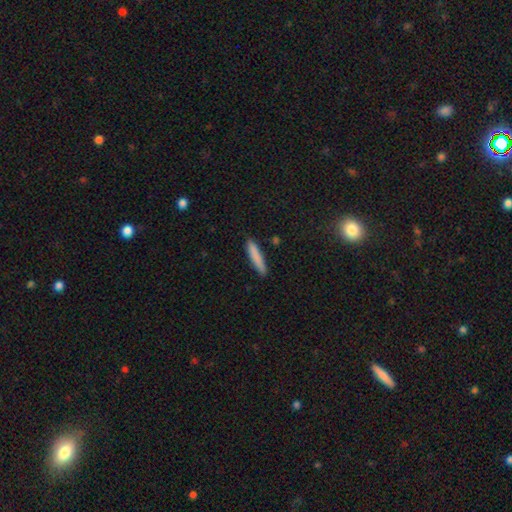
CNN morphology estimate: The model was most divided on "smooth or featured": smooth: 83%, featured or disk: 10%, star or artifact: 6%. More confident: how rounded — cigar-shaped (90%); merging — none (87%).